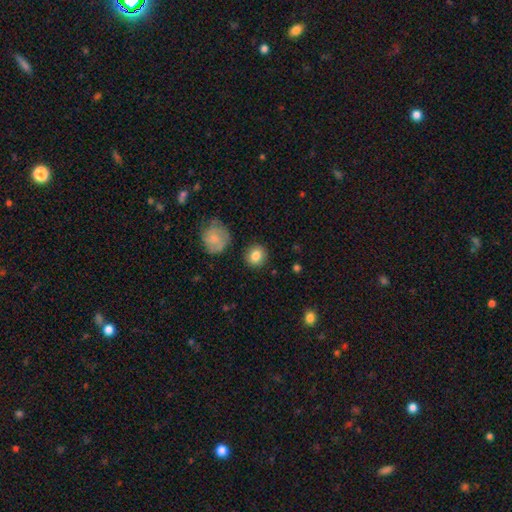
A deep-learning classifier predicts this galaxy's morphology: smooth-or-featured: smooth: 84% | star or artifact: 9% | featured or disk: 7%
  how-rounded: round: 86% | in between: 13% | cigar-shaped: 1%
  merging: none: 88% | minor disturbance: 7% | major disturbance: 2% | merger: 2%